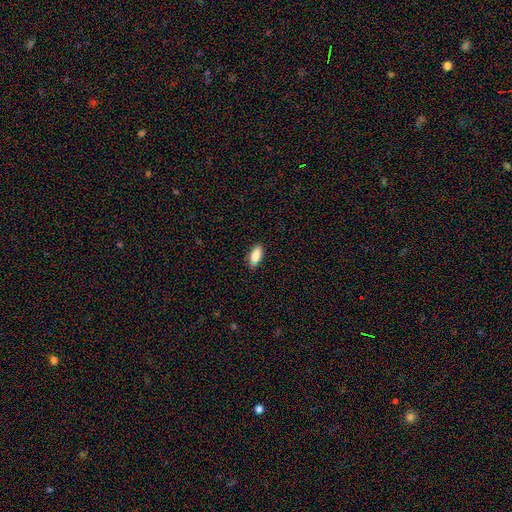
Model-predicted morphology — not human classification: Overall: smooth (86%). How rounded: in between (88%). Merging: none (83%).